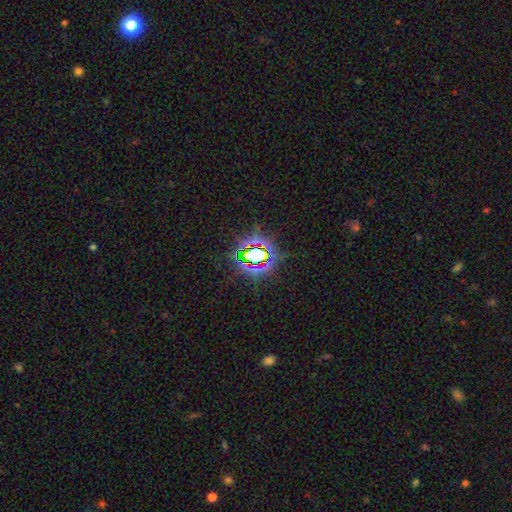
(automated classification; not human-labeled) smooth-or-featured: star or artifact: 76% | smooth: 14% | featured or disk: 9%